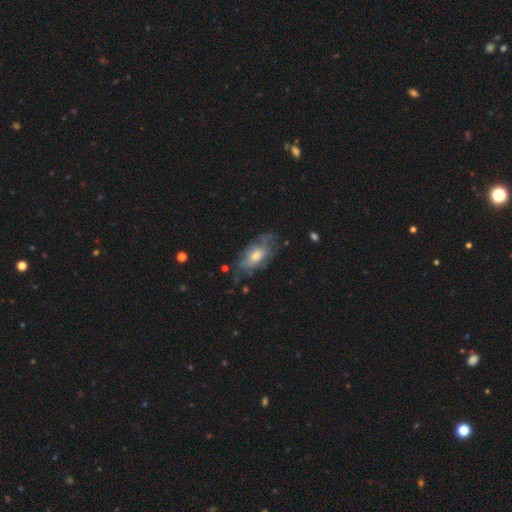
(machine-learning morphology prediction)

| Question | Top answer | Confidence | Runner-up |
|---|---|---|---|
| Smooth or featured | featured or disk | 51% | smooth (41%) |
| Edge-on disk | no | 86% | yes (14%) |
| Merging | none | 62% | minor disturbance (25%) |